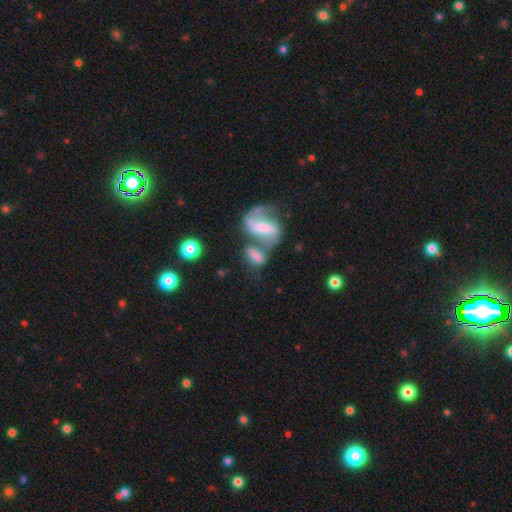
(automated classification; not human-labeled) This appears to be a smooth galaxy with no disk features (45%). Merging: merger (52%).